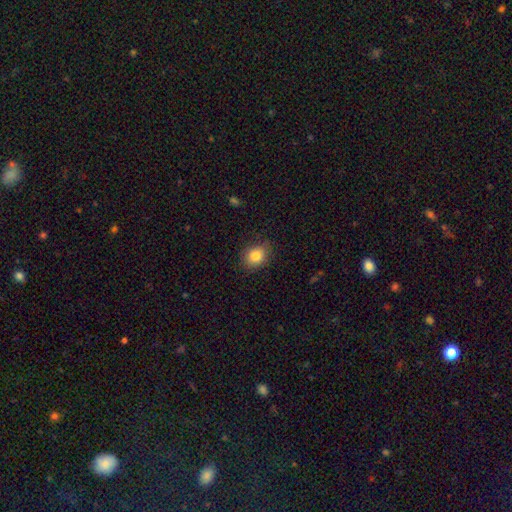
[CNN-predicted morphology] This is clearly a smooth galaxy (84%). How rounded: possibly round (55%). Merging: clearly none (82%).